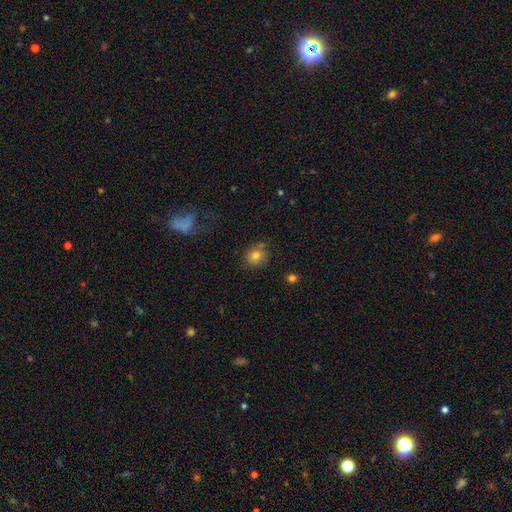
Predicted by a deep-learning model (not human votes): A smooth galaxy with no disk features (78%) that is round (79%). Merging: none (74%).